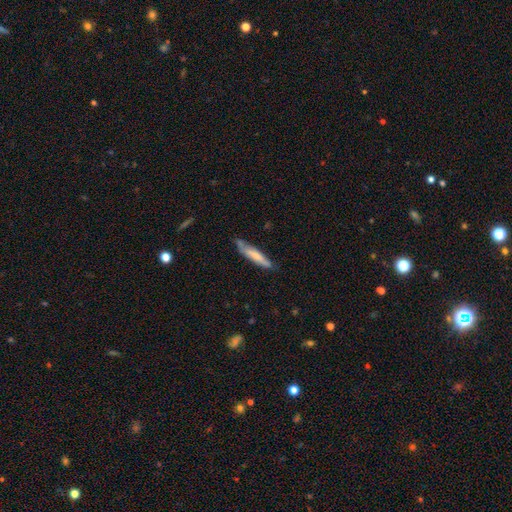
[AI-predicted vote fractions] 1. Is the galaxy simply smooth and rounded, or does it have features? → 61% smooth, 33% featured or disk, 5% star or artifact.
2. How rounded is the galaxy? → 86% cigar-shaped, 12% in between, 1% round.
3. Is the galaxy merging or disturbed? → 67% none, 25% minor disturbance, 4% major disturbance, 4% merger.